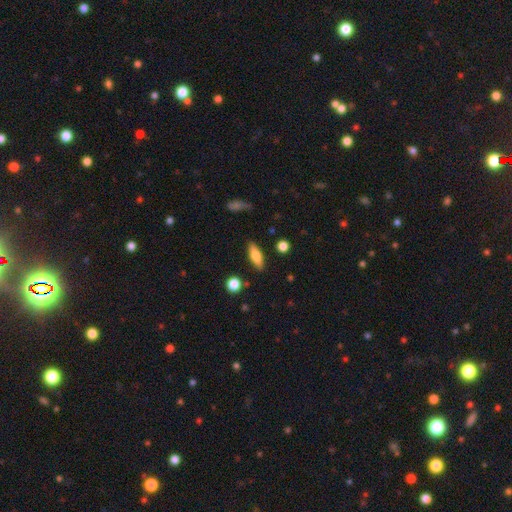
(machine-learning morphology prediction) A smooth galaxy with no disk features (69%) that is in between round and cigar-shaped (57%). Merging: none (85%).